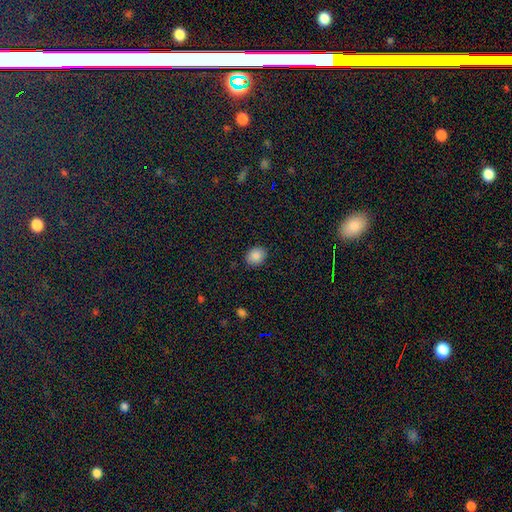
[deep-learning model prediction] Smooth or featured: smooth — 86% (star or artifact — 9%)
How rounded: round — 54% (in between — 45%)
Merging: none — 87% (minor disturbance — 9%)